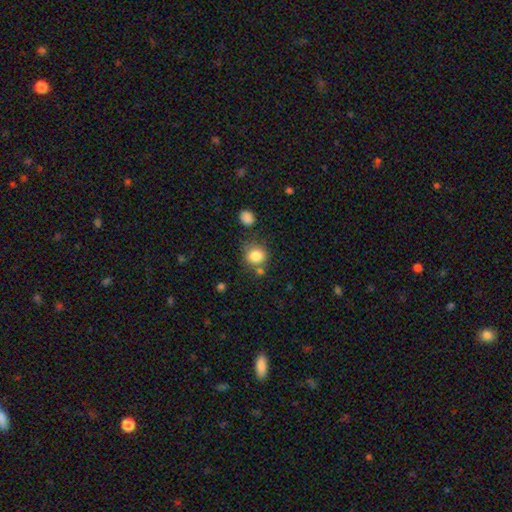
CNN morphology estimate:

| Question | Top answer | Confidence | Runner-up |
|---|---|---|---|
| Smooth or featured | smooth | 83% | star or artifact (10%) |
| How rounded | round | 81% | in between (18%) |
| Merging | none | 66% | minor disturbance (15%) |